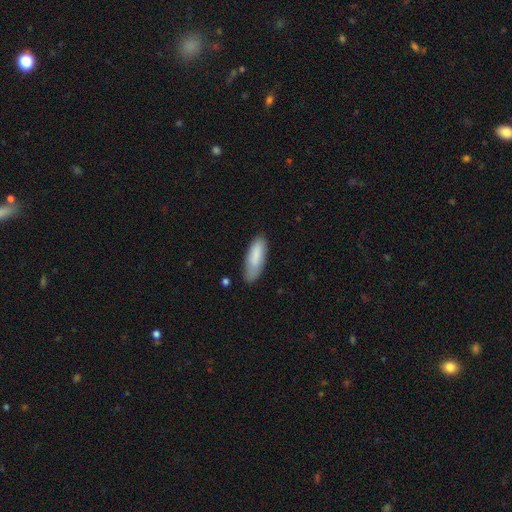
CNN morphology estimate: smooth 83%, featured or disk 11%, star or artifact 6%. Down the decision tree: how rounded — in between (61%); merging — none (69%).